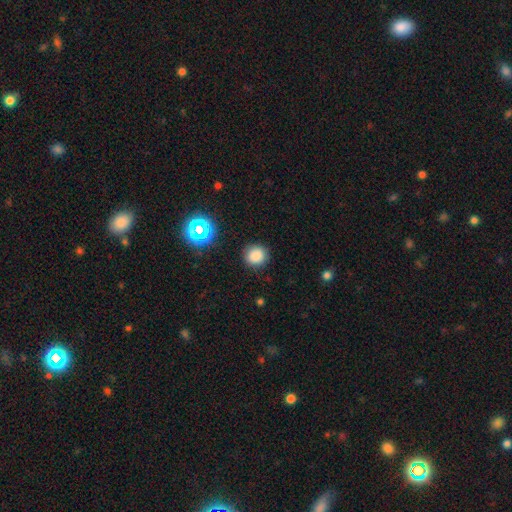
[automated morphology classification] This is clearly a smooth galaxy (82%). How rounded: clearly round (89%). Merging: clearly none (88%).